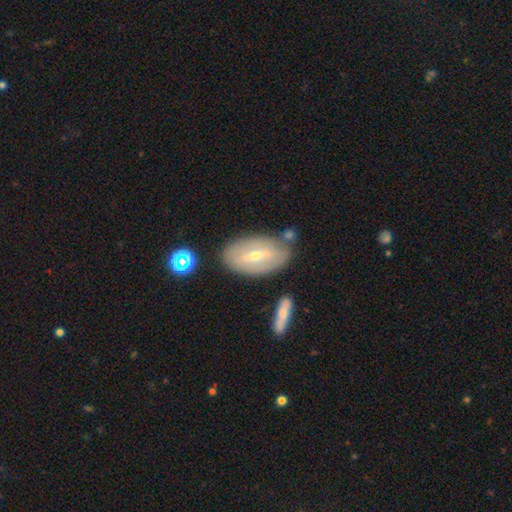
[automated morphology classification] type=featured or disk (58%); edge-on=no (84%); merging=none (71%).